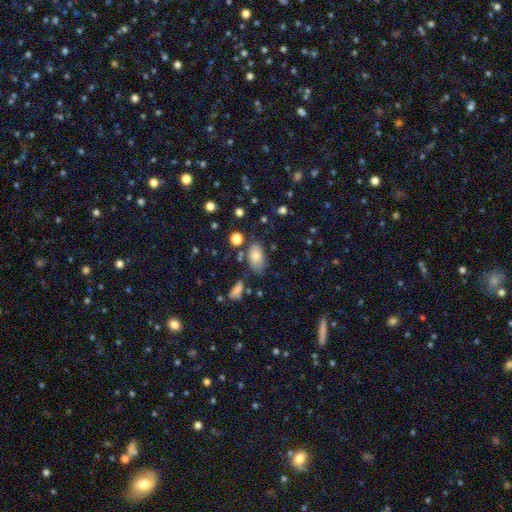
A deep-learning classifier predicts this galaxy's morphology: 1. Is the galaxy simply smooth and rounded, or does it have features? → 78% smooth, 12% featured or disk, 10% star or artifact.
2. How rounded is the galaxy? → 90% in between, 7% round, 3% cigar-shaped.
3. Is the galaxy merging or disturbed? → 69% none, 19% minor disturbance, 6% merger, 6% major disturbance.